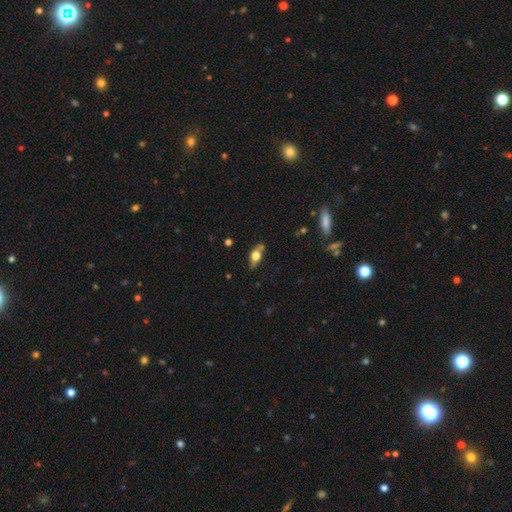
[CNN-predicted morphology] type=smooth (57%); roundness=in between (78%); merging=none (75%).